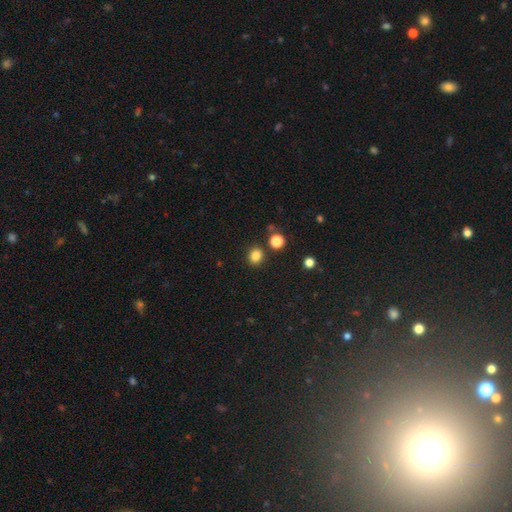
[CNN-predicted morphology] Overall: smooth (83%). How rounded: round (78%). Merging: none (86%).